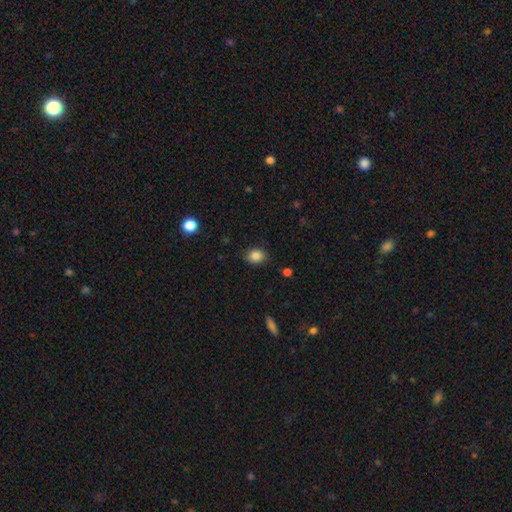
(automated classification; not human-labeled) Smooth or featured?
  - smooth: 86% *
  - star or artifact: 10%
  - featured or disk: 4%
How rounded?
  - round: 59% *
  - in between: 41%
  - cigar-shaped: 1%
Merging?
  - none: 83% *
  - minor disturbance: 13%
  - major disturbance: 3%
  - merger: 1%